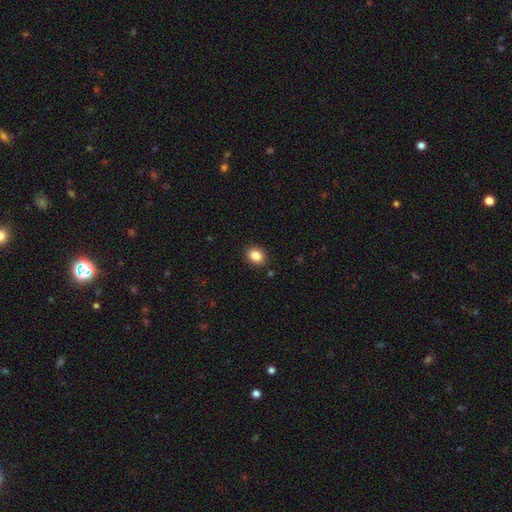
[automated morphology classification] smooth_or_featured: smooth (p=0.85) [alt: star or artifact p=0.09]
how_rounded: in between (p=0.53) [alt: round p=0.47]
merging: none (p=0.89) [alt: minor disturbance p=0.08]